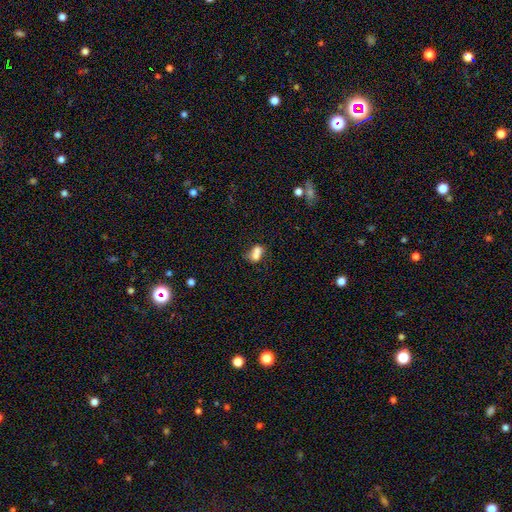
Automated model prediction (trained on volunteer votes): This appears to be a smooth galaxy with no disk features (74%) that is in between round and cigar-shaped (72%). Merging: merger (51%).